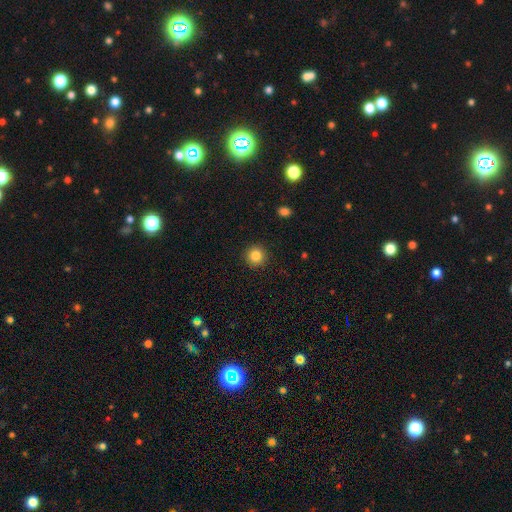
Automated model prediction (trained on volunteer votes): This appears to be a smooth galaxy with no disk features (85%) that is round (94%). Merging: none (91%).